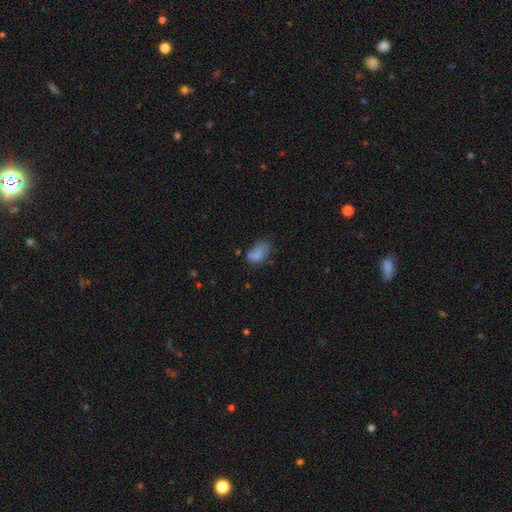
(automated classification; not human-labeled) Smooth or featured? smooth (74%)
How rounded? in between (88%)
Merging? none (51%)